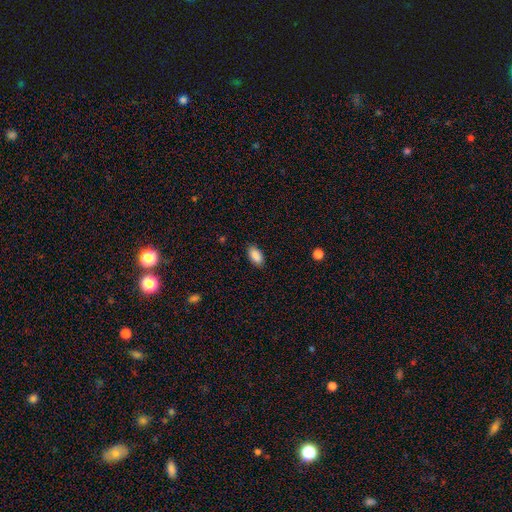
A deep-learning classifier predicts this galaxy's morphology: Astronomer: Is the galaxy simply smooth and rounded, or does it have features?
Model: smooth — 90%.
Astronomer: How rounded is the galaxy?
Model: in between — 94%.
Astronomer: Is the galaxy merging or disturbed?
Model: none — 86%.